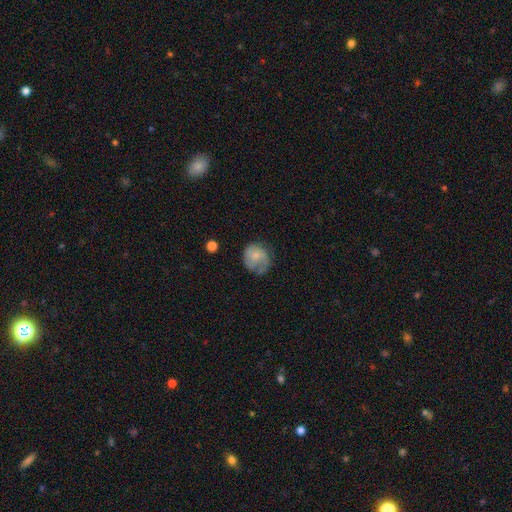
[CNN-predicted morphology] The model was most divided on "merging": none: 47%, minor disturbance: 30%, major disturbance: 21%, merger: 2%. More confident: how rounded — round (70%); smooth or featured — smooth (56%).